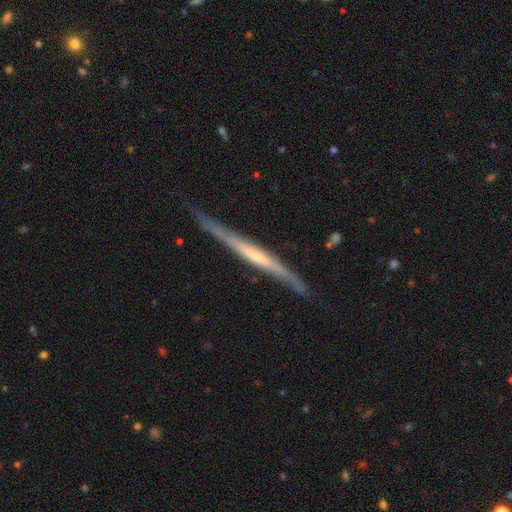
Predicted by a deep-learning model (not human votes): Smooth or featured? featured or disk (71%)
Edge-on disk? yes (94%)
Edge-on bulge? none (61%)
Merging? none (74%)